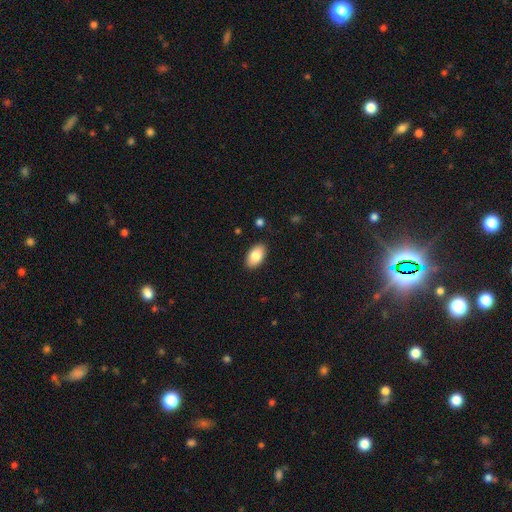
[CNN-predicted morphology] smooth_or_featured: smooth (p=0.83) [alt: featured or disk p=0.10]
how_rounded: in between (p=0.94) [alt: round p=0.04]
merging: none (p=0.88) [alt: minor disturbance p=0.09]